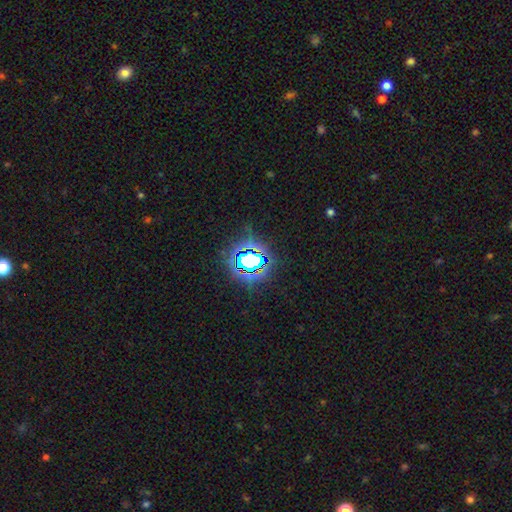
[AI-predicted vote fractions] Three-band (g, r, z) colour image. It shows a star or artifact, not a galaxy (71%).